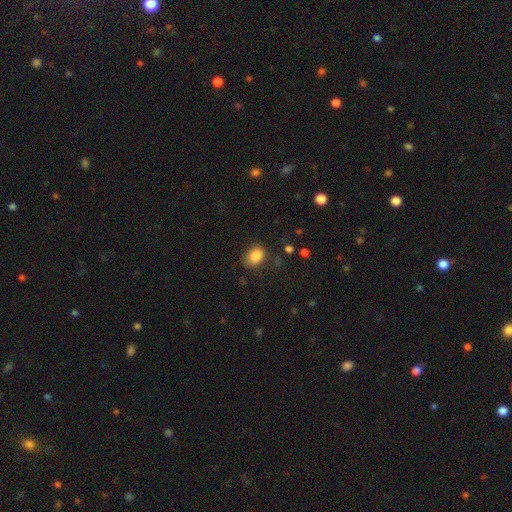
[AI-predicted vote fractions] A smooth galaxy with no disk features (86%) that is in between round and cigar-shaped (66%). Merging: none (73%).